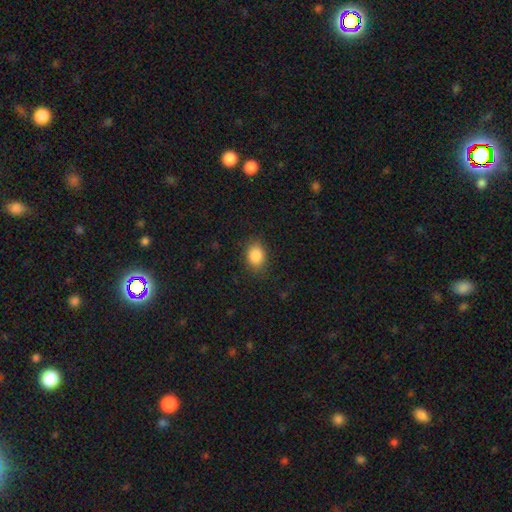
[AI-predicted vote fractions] This appears to be a smooth galaxy with no disk features (87%) that is in between round and cigar-shaped (64%). Merging: none (85%).